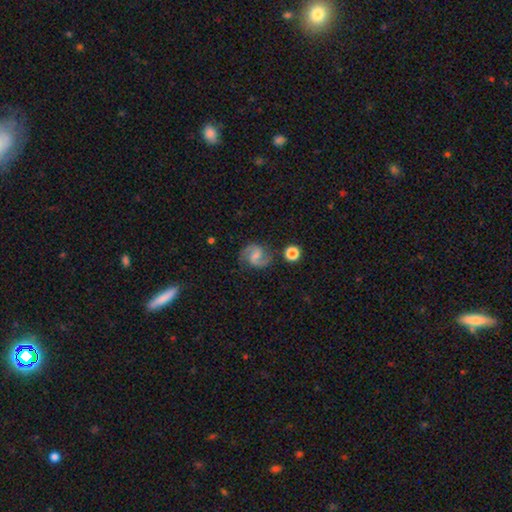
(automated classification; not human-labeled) Smooth or featured?
  - featured or disk: 84% *
  - smooth: 10%
  - star or artifact: 6%
Edge-on disk?
  - no: 98% *
  - yes: 2%
Bar?
  - weak: 53% *
  - no: 26%
  - strong: 20%
Spiral arms?
  - yes: 97% *
  - no: 3%
Spiral winding?
  - medium: 56% *
  - loose: 29%
  - tight: 16%
Spiral arm count?
  - 2: 93% *
  - can't tell: 2%
  - 1: 1%
  - 3: 1%
  - 4: 1%
  - more than 4: 1%
Bulge size?
  - small: 46% *
  - moderate: 28%
  - none: 22%
  - large: 3%
  - dominant: 1%
Merging?
  - none: 80% *
  - minor disturbance: 13%
  - major disturbance: 5%
  - merger: 3%